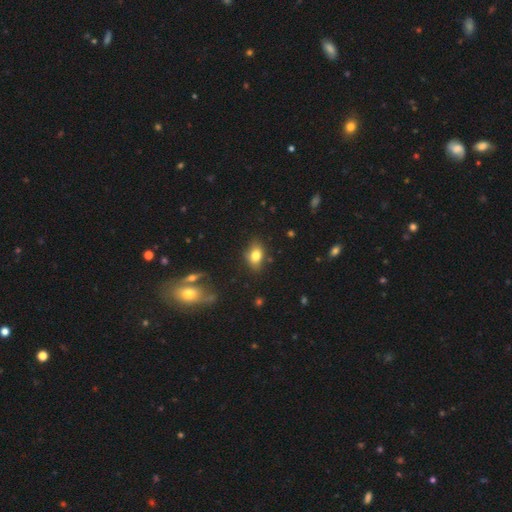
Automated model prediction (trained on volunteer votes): smooth_or_featured: smooth (p=0.78) [alt: featured or disk p=0.12]
how_rounded: in between (p=0.80) [alt: round p=0.17]
merging: none (p=0.77) [alt: minor disturbance p=0.16]